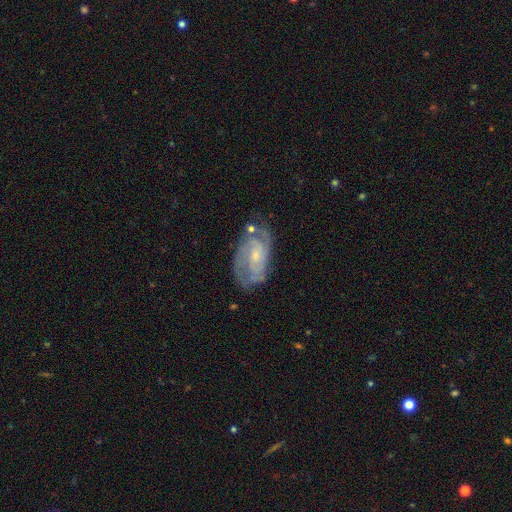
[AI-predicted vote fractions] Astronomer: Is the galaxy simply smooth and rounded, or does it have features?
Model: featured or disk — 82%.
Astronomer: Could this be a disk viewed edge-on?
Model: no — 96%.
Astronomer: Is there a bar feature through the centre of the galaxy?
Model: no — 58% (runner-up: weak, 36%).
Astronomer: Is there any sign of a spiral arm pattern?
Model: yes — 93%.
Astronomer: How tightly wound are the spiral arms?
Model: tight — 51% (runner-up: medium, 39%).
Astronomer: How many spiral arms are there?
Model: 2 — 47% (runner-up: can't tell, 24%).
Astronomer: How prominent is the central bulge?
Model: small — 62%.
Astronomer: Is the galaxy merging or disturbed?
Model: none — 62%.